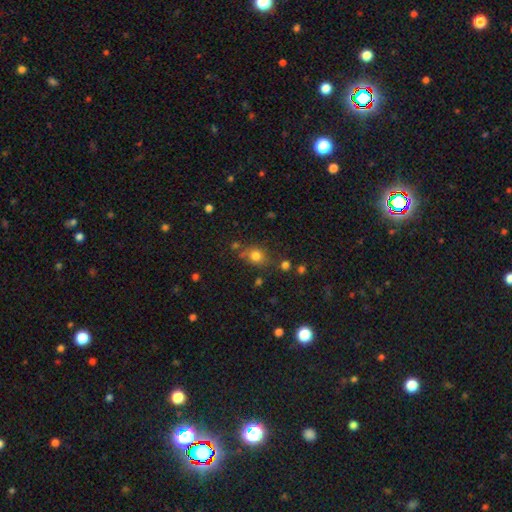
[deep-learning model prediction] Smooth or featured?
  - smooth: 77% *
  - star or artifact: 14%
  - featured or disk: 9%
How rounded?
  - round: 65% *
  - in between: 34%
  - cigar-shaped: 1%
Merging?
  - none: 65% *
  - minor disturbance: 18%
  - merger: 10%
  - major disturbance: 7%